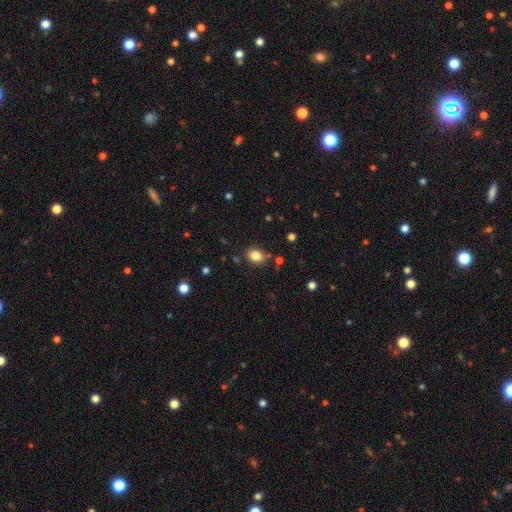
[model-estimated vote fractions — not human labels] The model was most divided on "how rounded": in between: 55%, round: 44%, cigar-shaped: 1%. More confident: smooth or featured — smooth (83%); merging — none (81%).